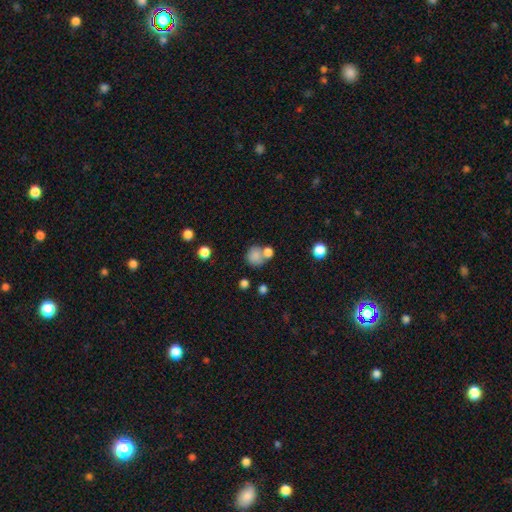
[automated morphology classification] This appears to be a smooth galaxy with no disk features (80%) that is round (82%). Merging: none (47%).